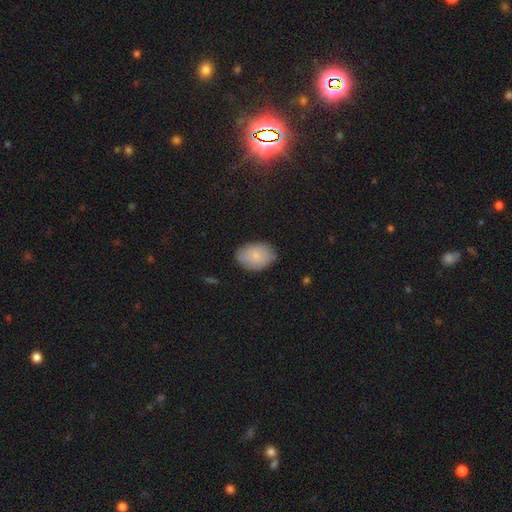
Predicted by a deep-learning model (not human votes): This appears to be a smooth galaxy with no disk features (80%) that is in between round and cigar-shaped (80%). Merging: none (80%).